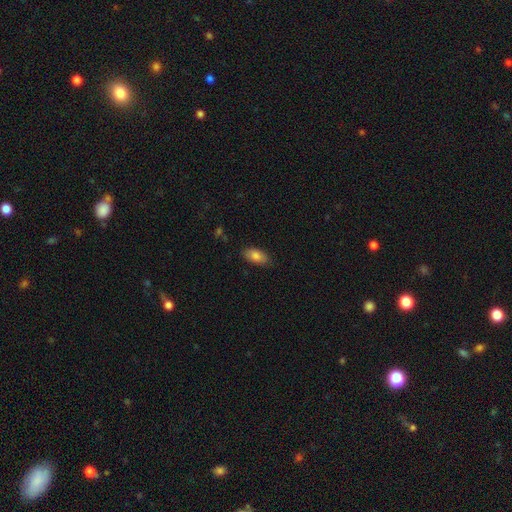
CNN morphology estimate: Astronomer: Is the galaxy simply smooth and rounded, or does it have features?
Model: smooth — 83%.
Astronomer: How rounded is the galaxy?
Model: in between — 91%.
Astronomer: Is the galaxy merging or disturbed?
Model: none — 83%.